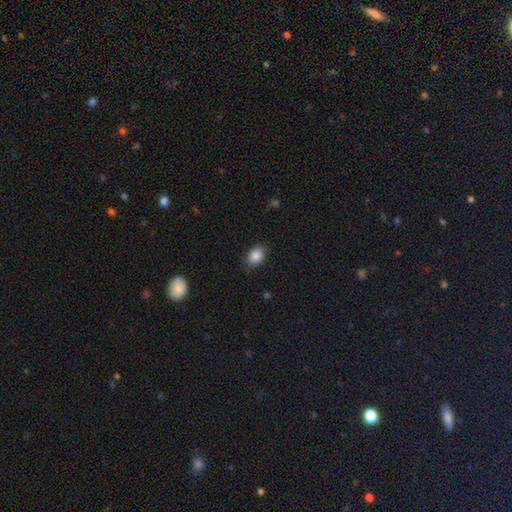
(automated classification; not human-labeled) smooth_or_featured: smooth (p=0.87) [alt: star or artifact p=0.09]
how_rounded: in between (p=0.63) [alt: round p=0.36]
merging: none (p=0.85) [alt: minor disturbance p=0.12]